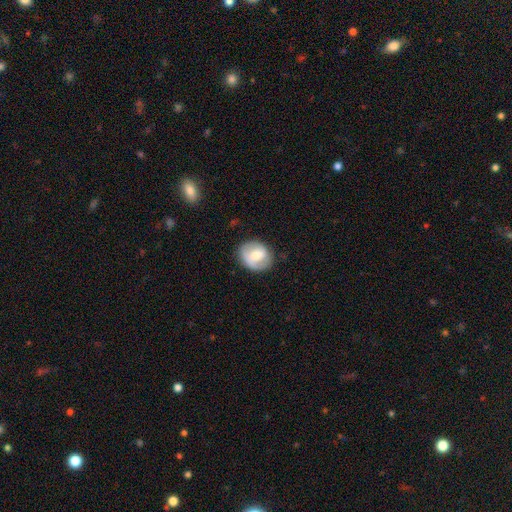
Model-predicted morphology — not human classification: Smooth or featured?
  - smooth: 50% *
  - featured or disk: 44%
  - star or artifact: 7%
Merging?
  - none: 77% *
  - minor disturbance: 17%
  - major disturbance: 5%
  - merger: 1%